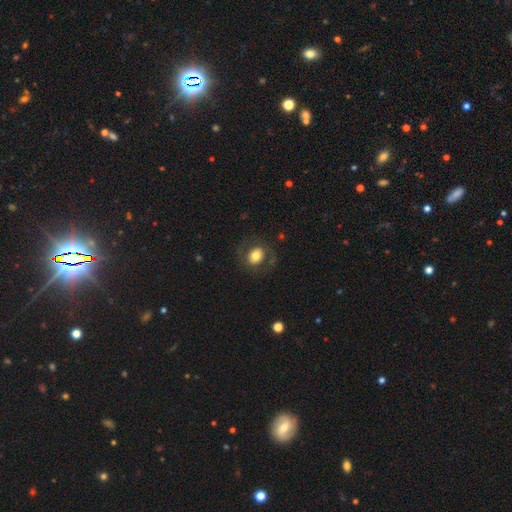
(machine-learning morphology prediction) Smooth or featured? Predicted: smooth (p=0.63). How rounded? Predicted: round (p=0.51). Merging? Predicted: none (p=0.76).